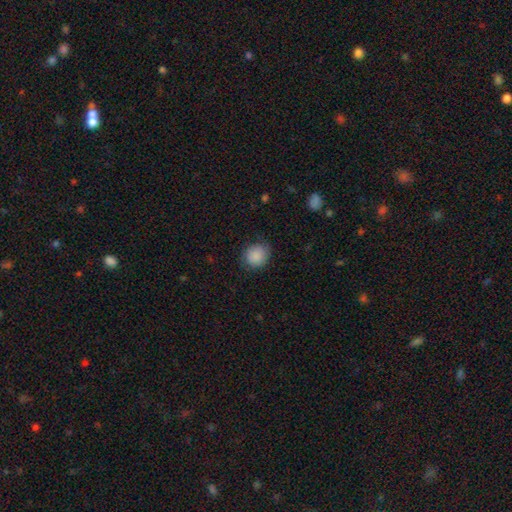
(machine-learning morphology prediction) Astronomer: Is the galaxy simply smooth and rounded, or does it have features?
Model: smooth — 88%.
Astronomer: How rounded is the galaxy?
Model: round — 75%.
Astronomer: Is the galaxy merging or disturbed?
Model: none — 79%.